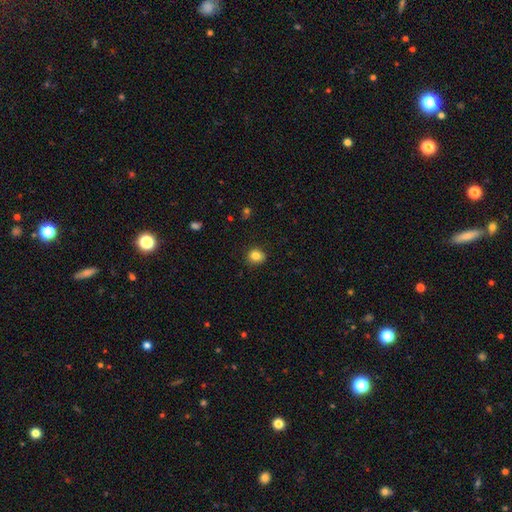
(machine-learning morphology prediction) Smooth or featured? smooth (84%)
How rounded? round (76%)
Merging? none (85%)